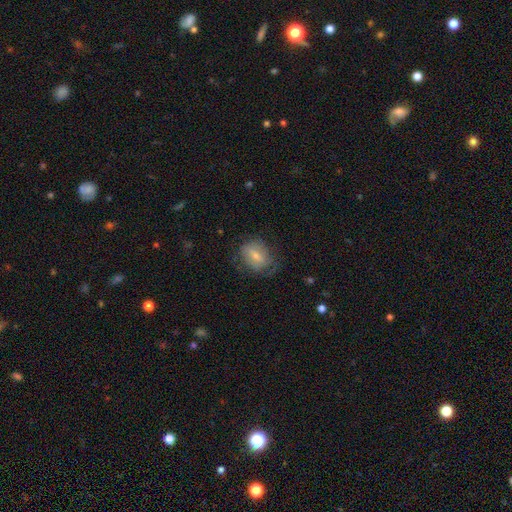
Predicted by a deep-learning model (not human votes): A smooth galaxy with no disk features (58%) that is in between round and cigar-shaped (66%).

Vote fractions:
- Smooth or featured? smooth: 58% / featured or disk: 34% / star or artifact: 8%
- How rounded? in between: 66% / round: 31% / cigar-shaped: 3%
- Merging? none: 60% / minor disturbance: 25% / major disturbance: 14% / merger: 1%